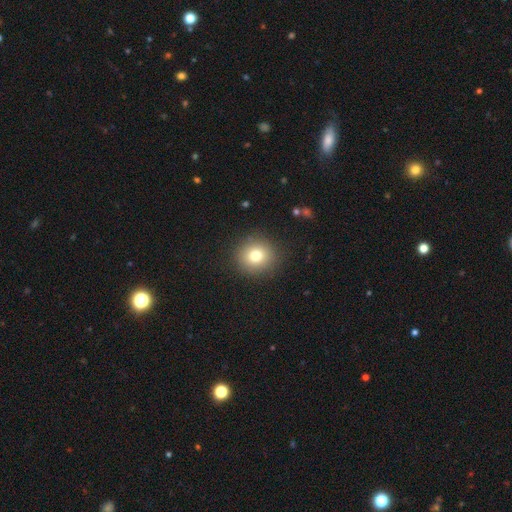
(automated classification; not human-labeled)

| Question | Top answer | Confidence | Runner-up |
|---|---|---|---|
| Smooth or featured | smooth | 78% | star or artifact (12%) |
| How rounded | round | 89% | in between (10%) |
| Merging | none | 89% | minor disturbance (7%) |